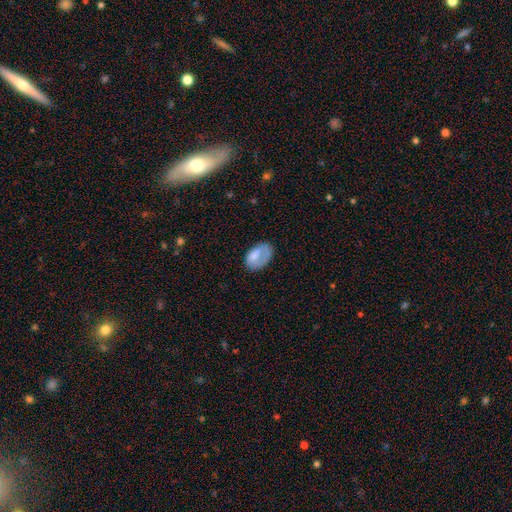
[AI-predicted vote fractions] Smooth or featured? smooth (68%)
How rounded? in between (89%)
Merging? none (46%)